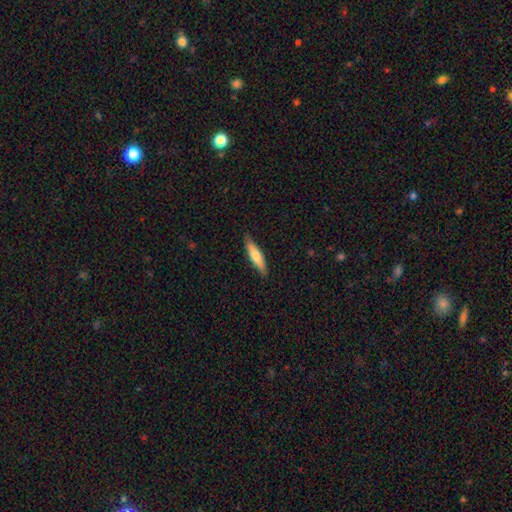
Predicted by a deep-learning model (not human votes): smooth-or-featured: smooth: 62% | featured or disk: 33% | star or artifact: 5%
  how-rounded: cigar-shaped: 77% | in between: 21% | round: 2%
  merging: none: 87% | minor disturbance: 10% | major disturbance: 2% | merger: 1%